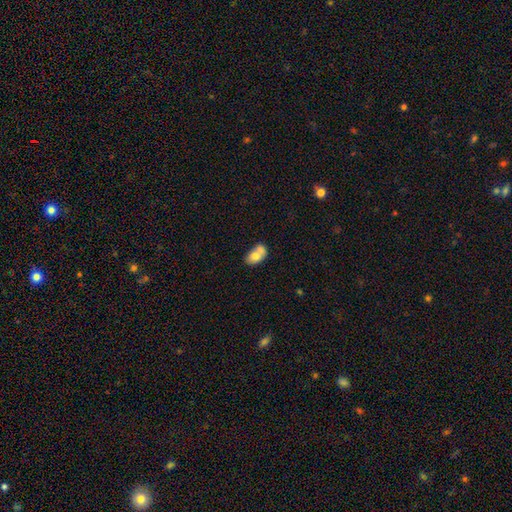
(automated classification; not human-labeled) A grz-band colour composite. It shows a smooth galaxy with no disk features (69%) that is in between round and cigar-shaped (82%). Merging: merger (55%).